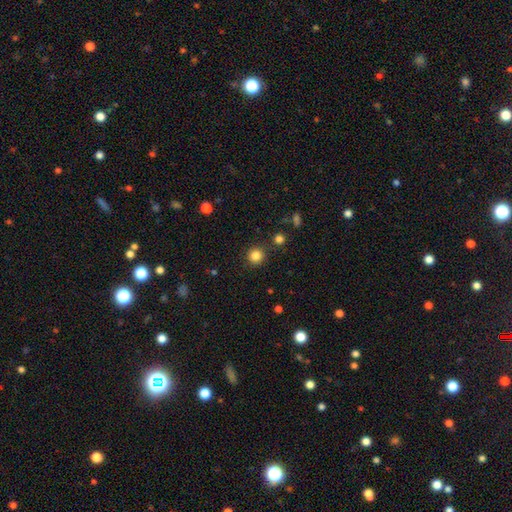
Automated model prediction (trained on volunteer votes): Overall: smooth (84%). How rounded: round (94%). Merging: none (88%).